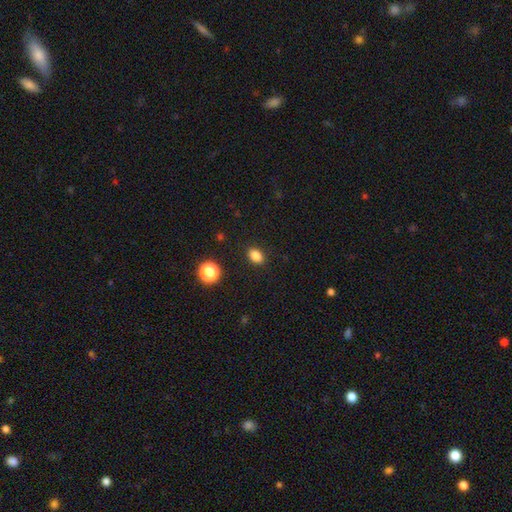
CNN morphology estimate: smooth_or_featured: smooth (p=0.84) [alt: star or artifact p=0.11]
how_rounded: in between (p=0.76) [alt: round p=0.22]
merging: none (p=0.88) [alt: minor disturbance p=0.08]